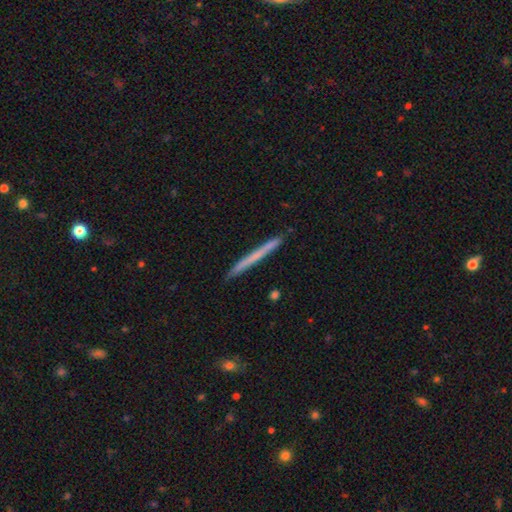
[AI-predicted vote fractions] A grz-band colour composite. It shows a smooth galaxy with no disk features (54%) that is cigar-shaped (97%). Merging: none (91%).